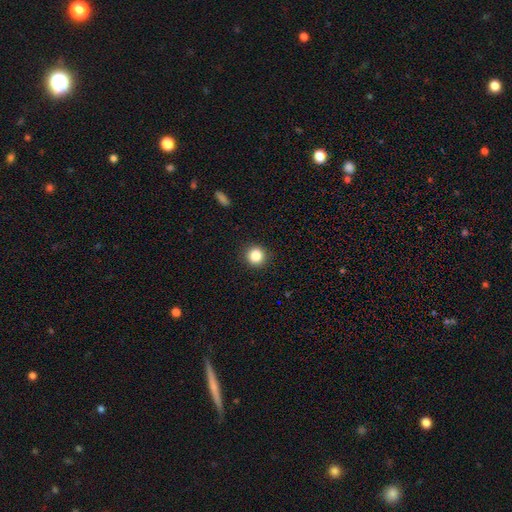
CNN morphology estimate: Smooth or featured? smooth (85%)
How rounded? round (93%)
Merging? none (92%)